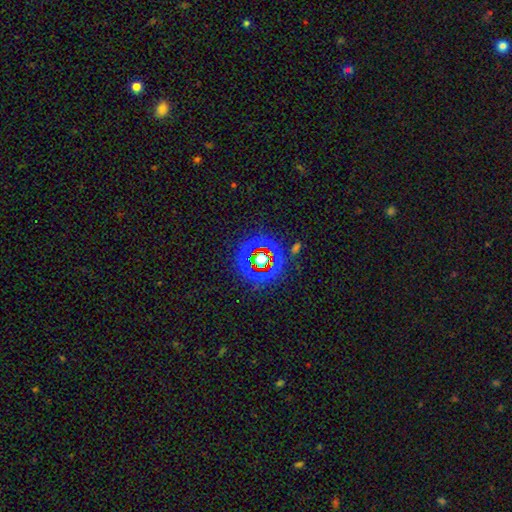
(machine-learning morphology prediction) Overall: star or artifact (70%).